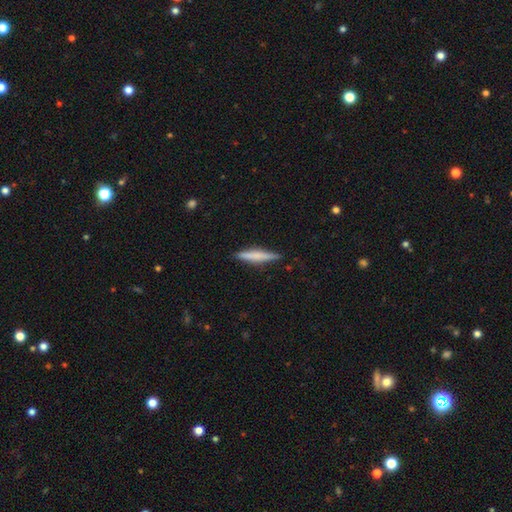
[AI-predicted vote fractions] Smooth or featured? Predicted: smooth (p=0.58). How rounded? Predicted: cigar-shaped (p=0.92). Merging? Predicted: none (p=0.89).